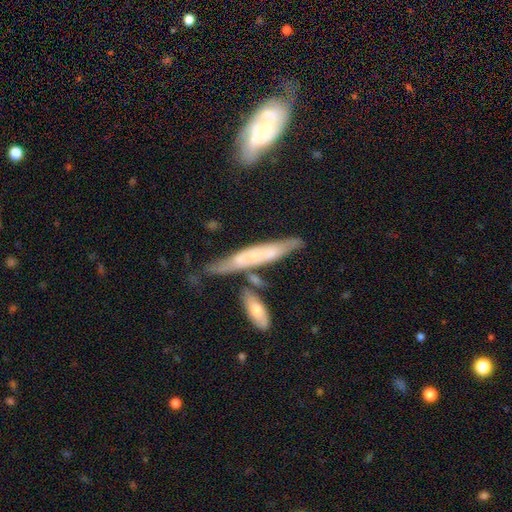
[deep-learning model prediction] This appears to be a featured or disk galaxy (54%) viewed edge-on (64%). Merging: none (58%).